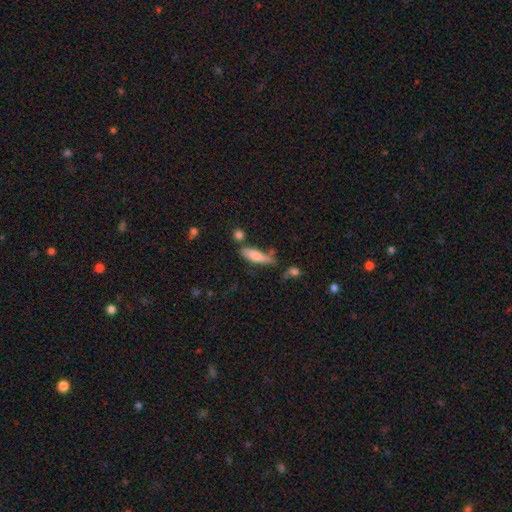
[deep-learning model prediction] Overall: smooth (73%). How rounded: cigar-shaped (59%; in between 39%). Merging: none (56%; minor disturbance 23%).